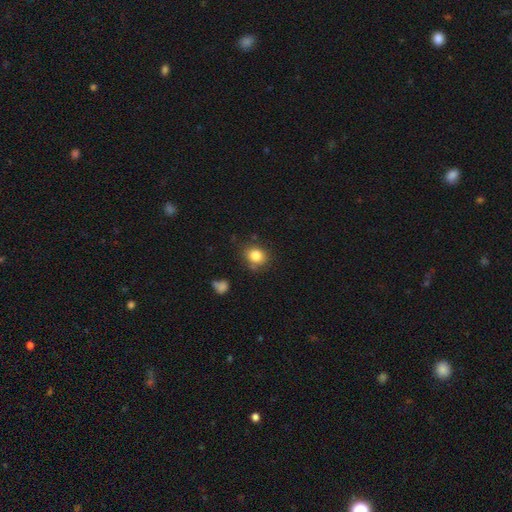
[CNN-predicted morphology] Smooth or featured? Predicted: smooth (p=0.83). How rounded? Predicted: round (p=0.67). Merging? Predicted: none (p=0.76).